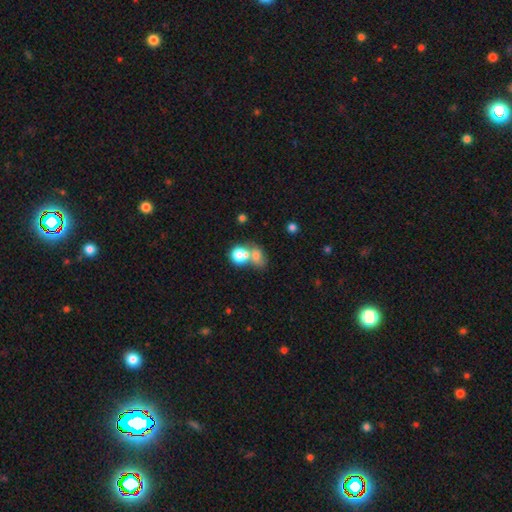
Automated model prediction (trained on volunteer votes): Smooth or featured: smooth — 68% (featured or disk — 17%)
How rounded: in between — 50% (round — 48%)
Merging: merger — 56% (none — 28%)